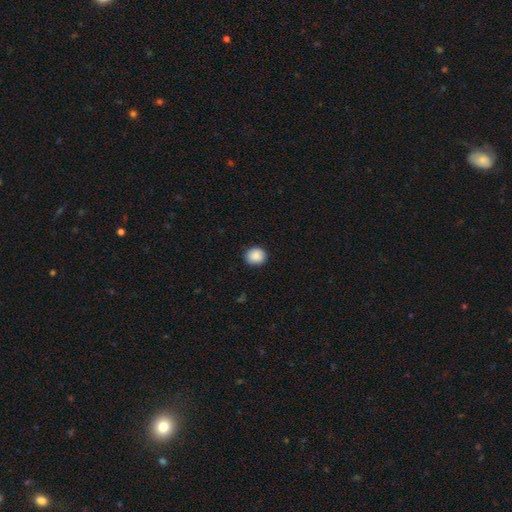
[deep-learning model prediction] Smooth or featured? Predicted: smooth (p=0.89). How rounded? Predicted: round (p=0.75). Merging? Predicted: none (p=0.90).